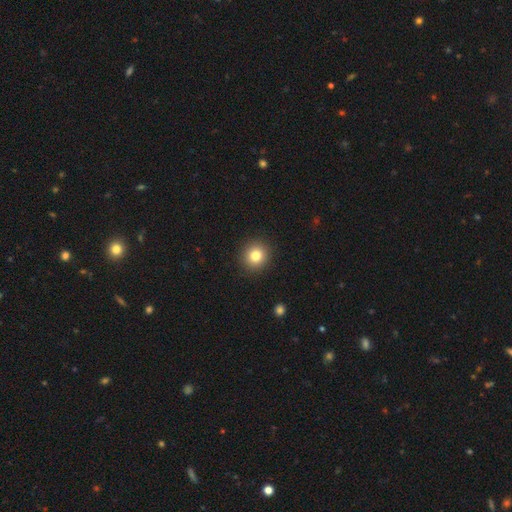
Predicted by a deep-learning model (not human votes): This is clearly a smooth galaxy (81%). How rounded: clearly round (91%). Merging: clearly none (92%).